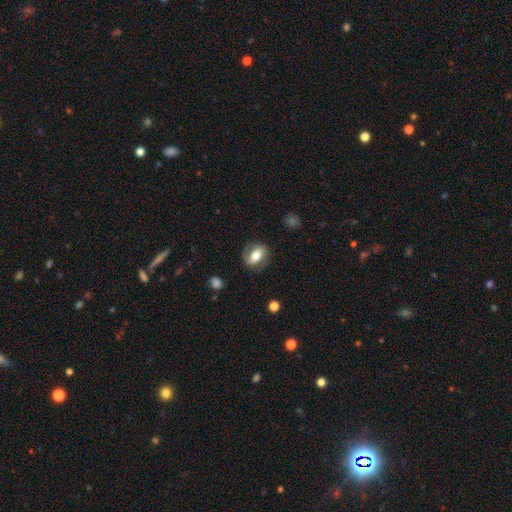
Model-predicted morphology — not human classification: Q: Smooth or featured?
A: smooth (53%); runner-up: featured or disk (39%)
Q: How rounded?
A: in between (66%); runner-up: round (30%)
Q: Merging?
A: none (77%); runner-up: minor disturbance (15%)